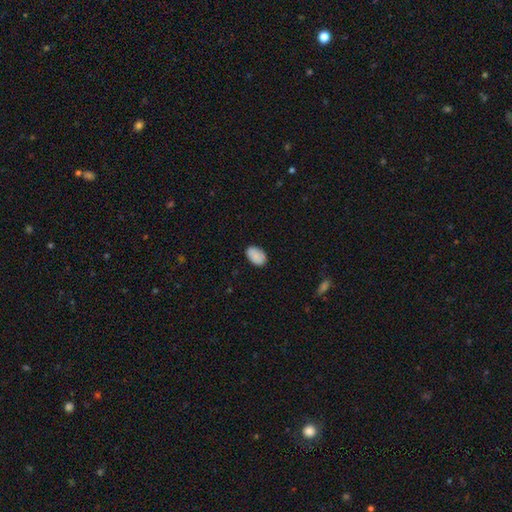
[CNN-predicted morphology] smooth_or_featured: smooth (p=0.85) [alt: featured or disk p=0.08]
how_rounded: in between (p=0.91) [alt: round p=0.08]
merging: none (p=0.81) [alt: minor disturbance p=0.15]